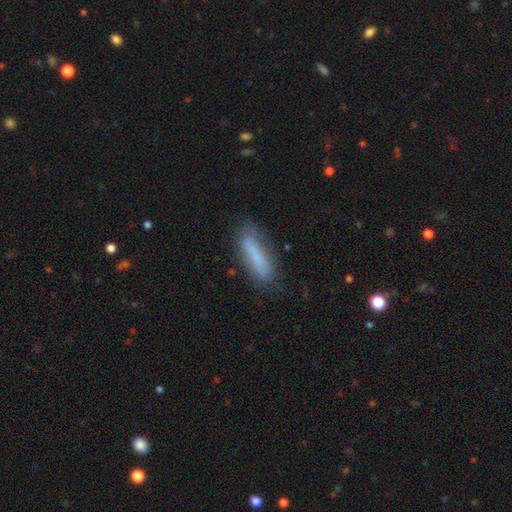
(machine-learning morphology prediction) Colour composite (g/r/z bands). It shows a smooth galaxy with no disk features (74%) that is cigar-shaped (71%). Merging: none (72%).